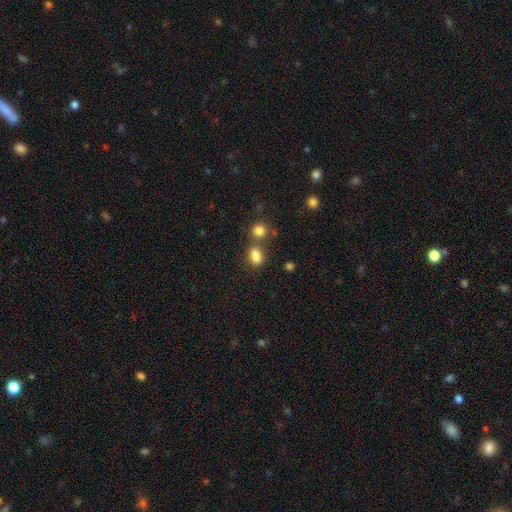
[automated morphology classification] The model was most divided on "merging": none: 54%, merger: 28%, minor disturbance: 13%, major disturbance: 5%. More confident: smooth or featured — smooth (84%); how rounded — in between (78%).